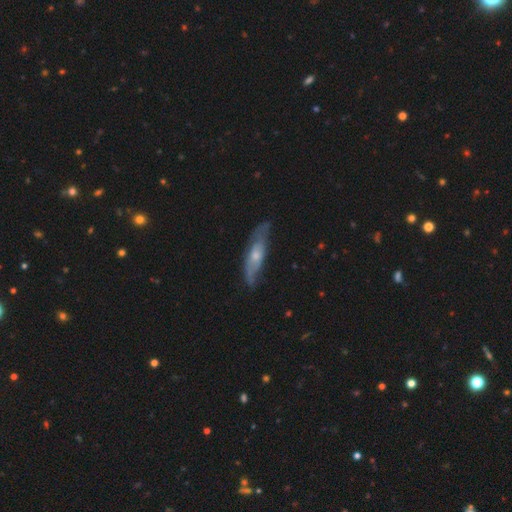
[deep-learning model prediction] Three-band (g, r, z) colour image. It shows a featured or disk galaxy (62%). Merging: none (67%).